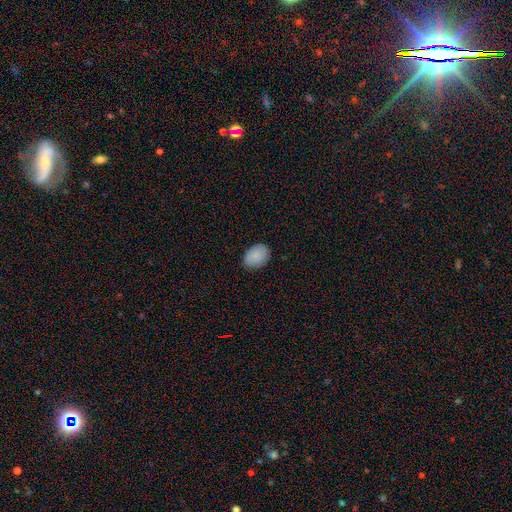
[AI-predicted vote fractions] Morphology: type=smooth (88%); roundness=in between (77%); merging=none (84%).